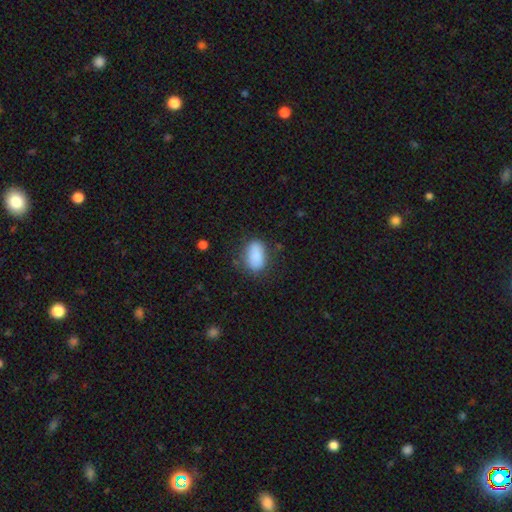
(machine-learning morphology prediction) smooth 86%, star or artifact 7%, featured or disk 6%. Down the decision tree: how rounded — in between (89%); merging — none (72%).